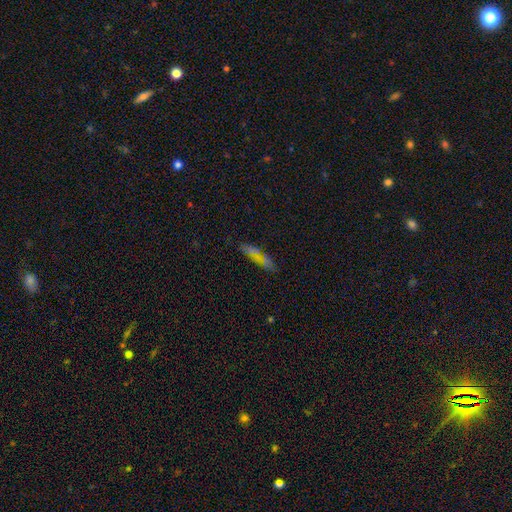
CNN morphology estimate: Smooth or featured? smooth (61%)
How rounded? cigar-shaped (78%)
Merging? none (71%)